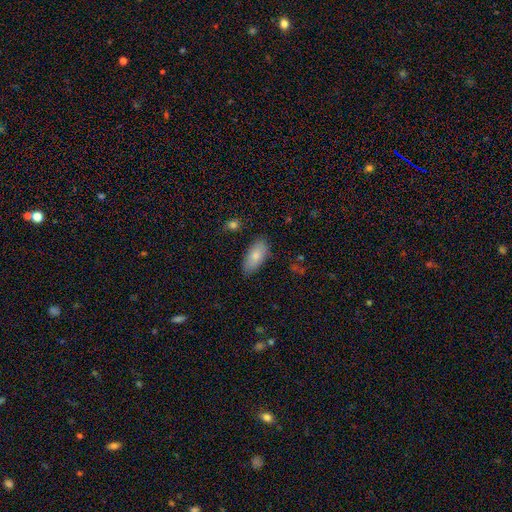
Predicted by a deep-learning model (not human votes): This is clearly a smooth galaxy (81%). How rounded: clearly in between (89%). Merging: clearly none (80%).